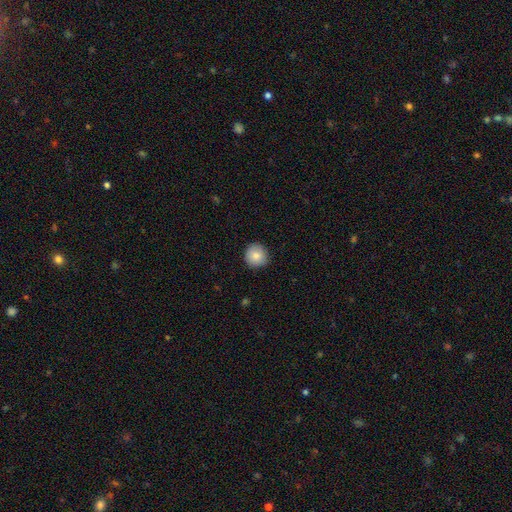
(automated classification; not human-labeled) smooth_or_featured: smooth (p=0.83) [alt: featured or disk p=0.08]
how_rounded: round (p=0.92) [alt: in between p=0.07]
merging: none (p=0.88) [alt: minor disturbance p=0.10]